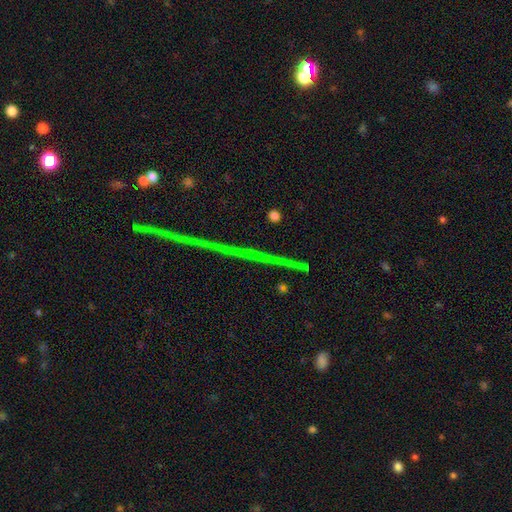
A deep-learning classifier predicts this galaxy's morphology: A star or artifact, not a galaxy (72%).